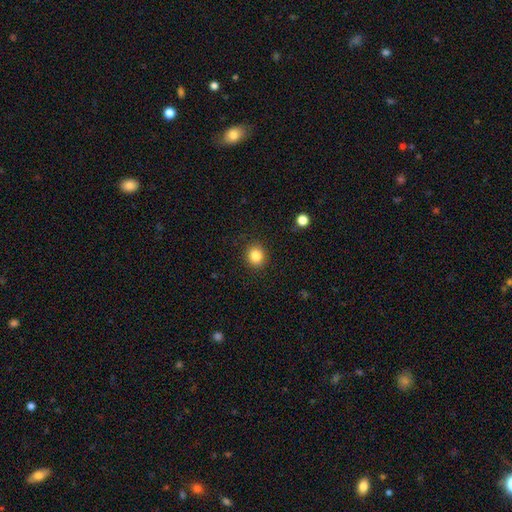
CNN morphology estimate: Overall: smooth (83%). How rounded: round (82%). Merging: none (91%).